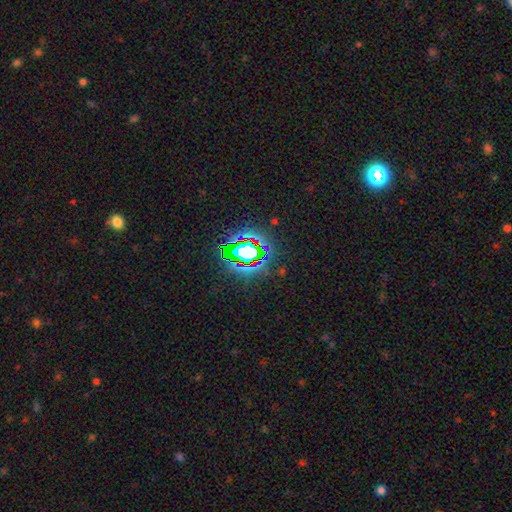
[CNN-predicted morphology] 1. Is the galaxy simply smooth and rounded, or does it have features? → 79% star or artifact, 13% smooth, 9% featured or disk.